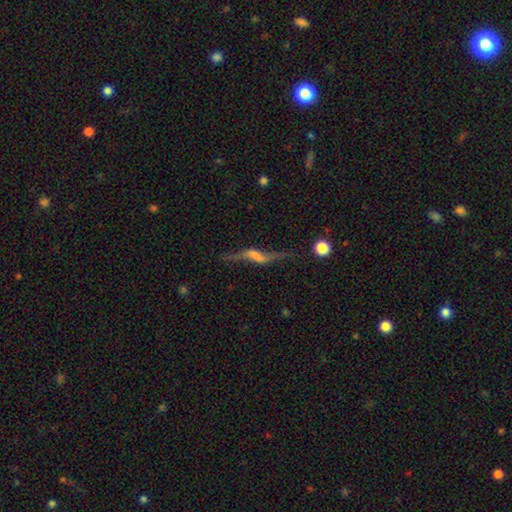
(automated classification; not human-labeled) Morphology: type=featured or disk (70%); edge-on=no (67%); merging=none (51%).